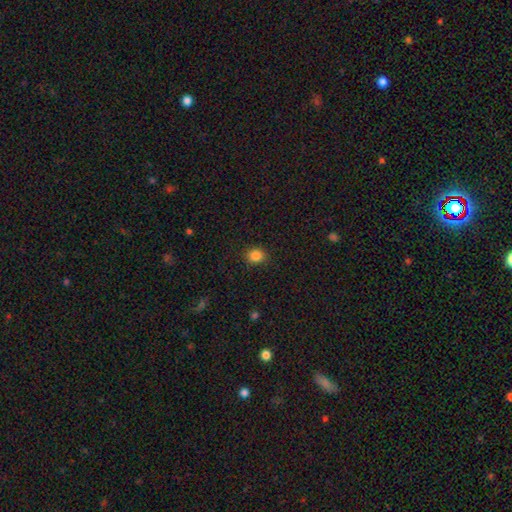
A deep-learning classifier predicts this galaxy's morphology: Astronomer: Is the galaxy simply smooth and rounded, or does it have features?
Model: smooth — 85%.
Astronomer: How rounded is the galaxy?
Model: round — 75%.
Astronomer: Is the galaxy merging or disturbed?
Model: none — 89%.